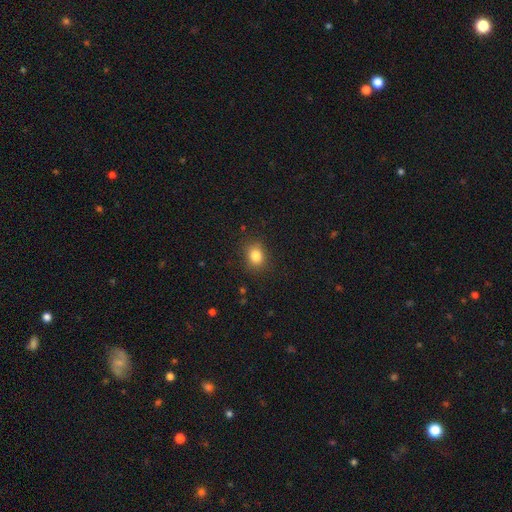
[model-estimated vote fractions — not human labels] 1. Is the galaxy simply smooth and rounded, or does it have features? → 83% smooth, 11% star or artifact, 6% featured or disk.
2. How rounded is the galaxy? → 60% round, 40% in between, 1% cigar-shaped.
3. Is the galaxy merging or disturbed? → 86% none, 10% minor disturbance, 3% major disturbance, 1% merger.